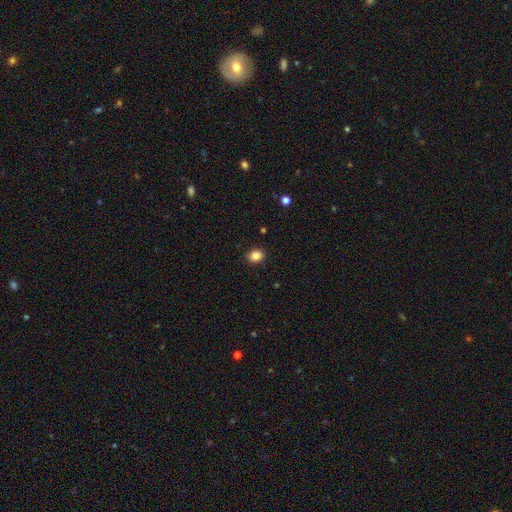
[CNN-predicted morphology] Smooth or featured: smooth — 86% (star or artifact — 10%)
How rounded: round — 55% (in between — 44%)
Merging: none — 90% (minor disturbance — 7%)